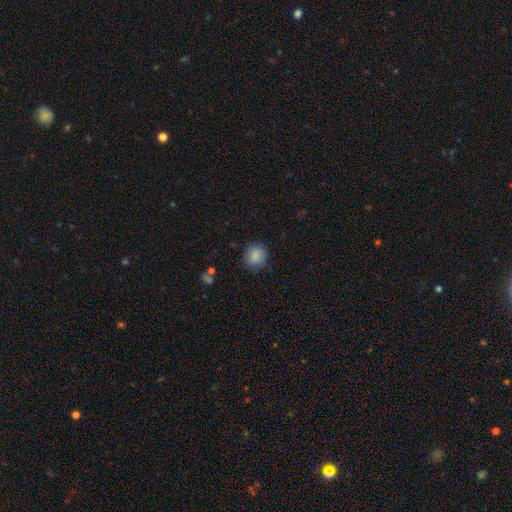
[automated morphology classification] Smooth or featured? smooth (86%)
How rounded? round (80%)
Merging? none (84%)